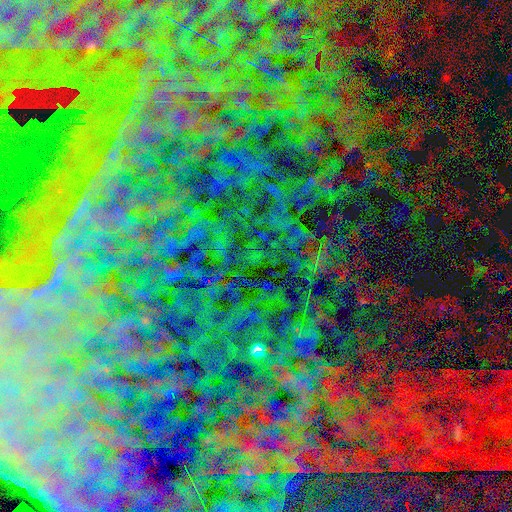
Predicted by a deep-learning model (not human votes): Q: Smooth or featured?
A: star or artifact (82%); runner-up: smooth (10%)